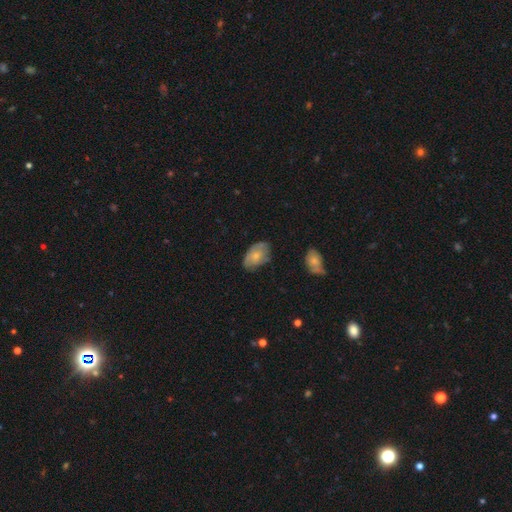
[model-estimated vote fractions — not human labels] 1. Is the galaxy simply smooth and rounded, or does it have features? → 59% smooth, 34% featured or disk, 7% star or artifact.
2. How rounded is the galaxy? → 90% in between, 9% round, 2% cigar-shaped.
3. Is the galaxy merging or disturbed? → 62% none, 29% minor disturbance, 7% major disturbance, 2% merger.